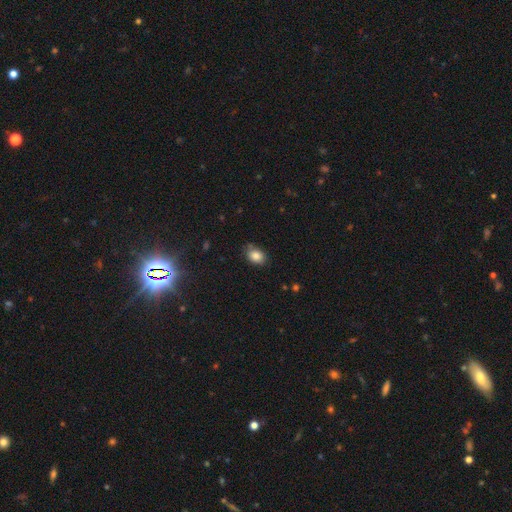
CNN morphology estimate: This appears to be a smooth galaxy with no disk features (85%) that is in between round and cigar-shaped (74%). Merging: none (74%).